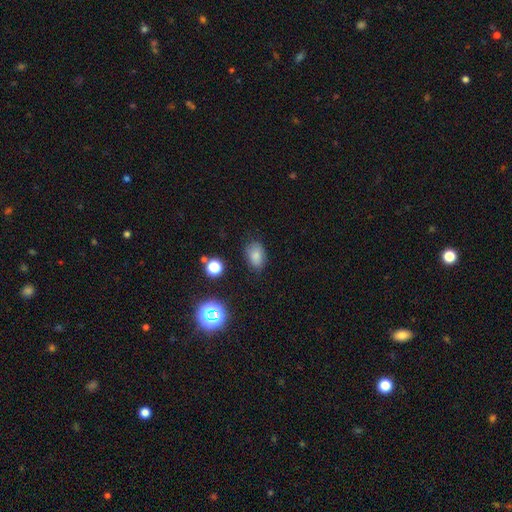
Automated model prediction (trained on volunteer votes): The model was most divided on "merging": none: 79%, minor disturbance: 15%, major disturbance: 4%, merger: 2%. More confident: how rounded — in between (82%); smooth or featured — smooth (80%).